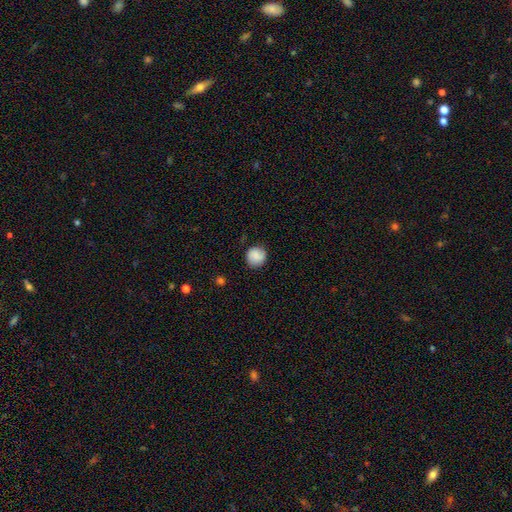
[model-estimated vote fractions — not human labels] smooth-or-featured: smooth: 83% | featured or disk: 9% | star or artifact: 7%
  how-rounded: round: 90% | in between: 9% | cigar-shaped: 1%
  merging: none: 82% | minor disturbance: 13% | major disturbance: 3% | merger: 1%